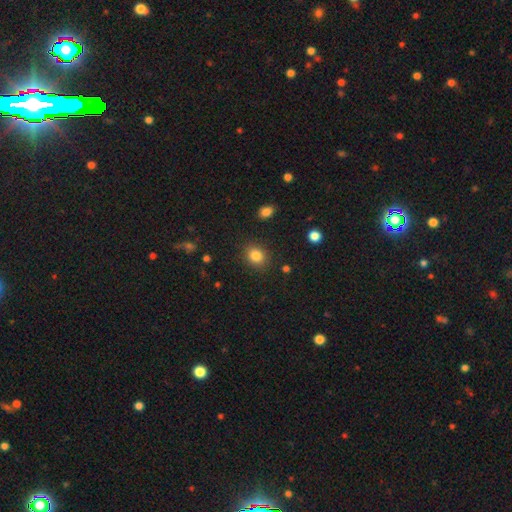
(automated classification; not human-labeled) Overall: smooth (84%). How rounded: round (62%; in between 37%). Merging: none (88%).